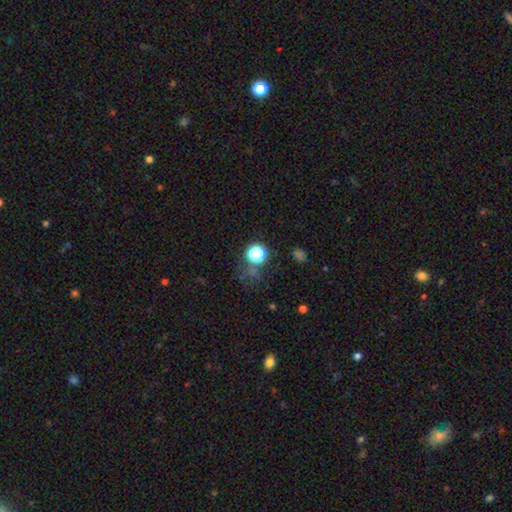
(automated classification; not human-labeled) star or artifact 45%, smooth 41%, featured or disk 14%.